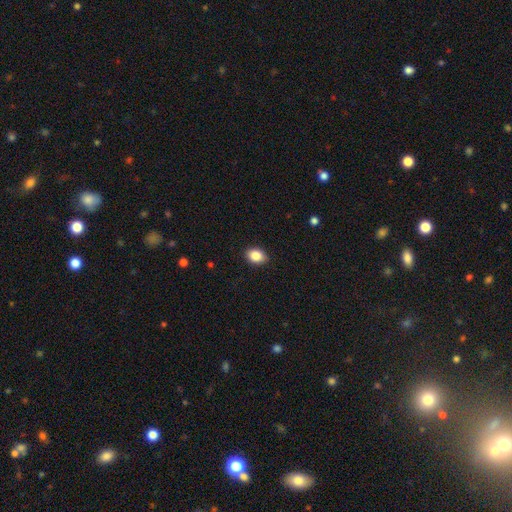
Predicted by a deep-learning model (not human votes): This appears to be a smooth galaxy with no disk features (87%) that is in between round and cigar-shaped (76%). Merging: none (89%).